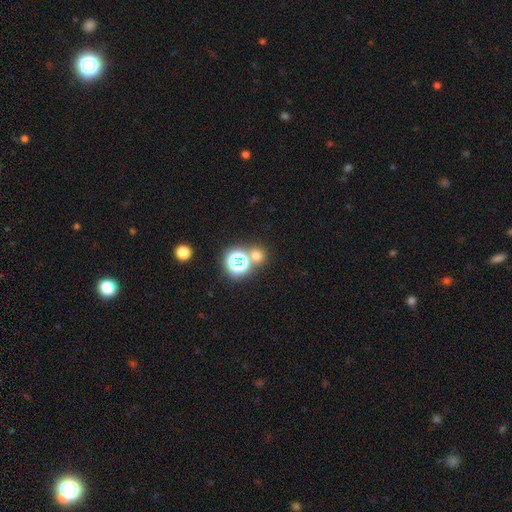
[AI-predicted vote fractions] Smooth or featured: smooth — 61% (star or artifact — 32%)
How rounded: round — 87% (in between — 12%)
Merging: none — 67% (merger — 23%)